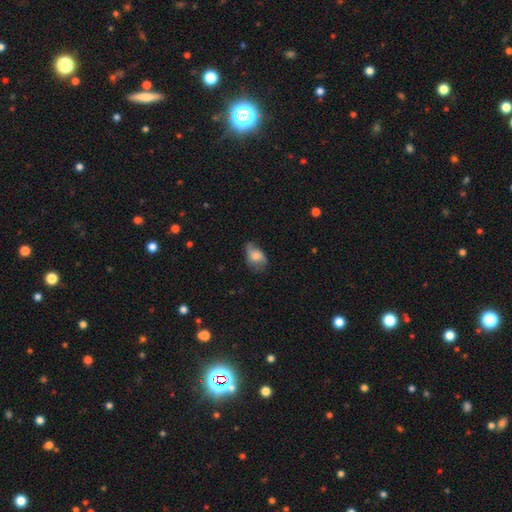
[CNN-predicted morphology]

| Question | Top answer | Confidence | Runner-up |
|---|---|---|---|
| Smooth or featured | smooth | 57% | featured or disk (35%) |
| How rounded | in between | 82% | round (16%) |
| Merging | none | 50% | minor disturbance (34%) |